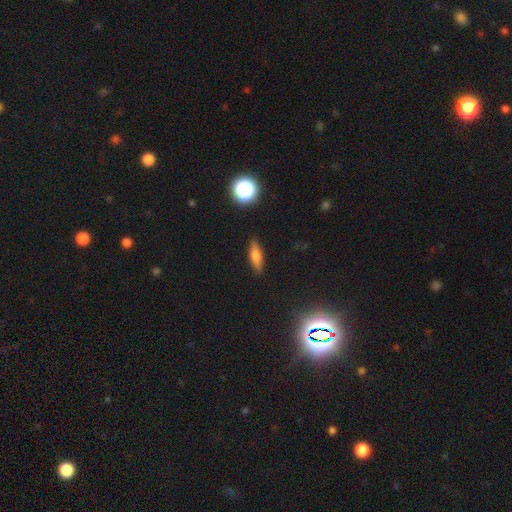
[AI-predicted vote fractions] This appears to be a smooth galaxy with no disk features (67%) that is cigar-shaped (58%). Merging: none (86%).